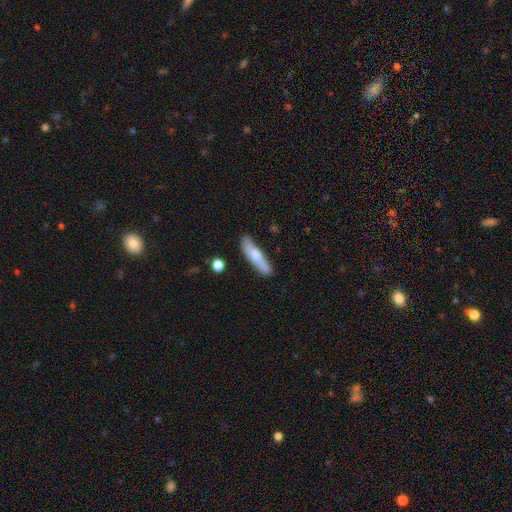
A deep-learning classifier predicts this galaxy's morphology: This appears to be a smooth galaxy with no disk features (66%) that is cigar-shaped (80%). Merging: none (79%).